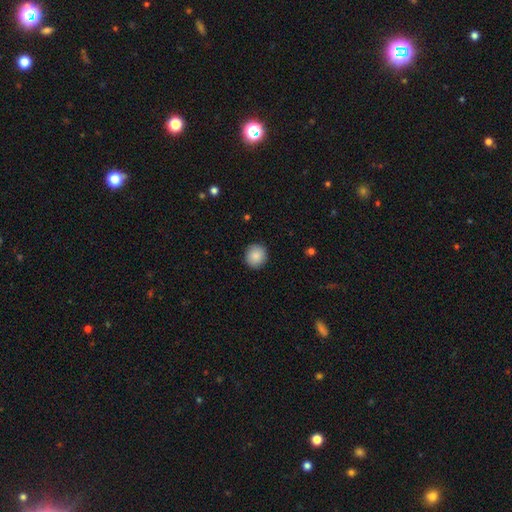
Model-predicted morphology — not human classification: This is clearly a smooth galaxy (88%). How rounded: clearly round (88%). Merging: clearly none (91%).